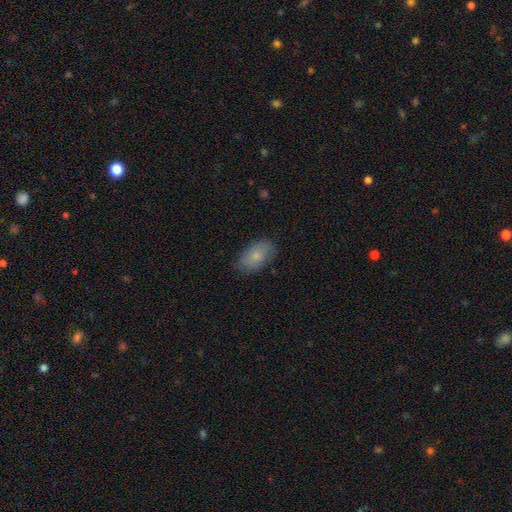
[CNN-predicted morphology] Smooth or featured: smooth — 78% (featured or disk — 15%)
How rounded: in between — 92% (round — 6%)
Merging: none — 80% (minor disturbance — 16%)